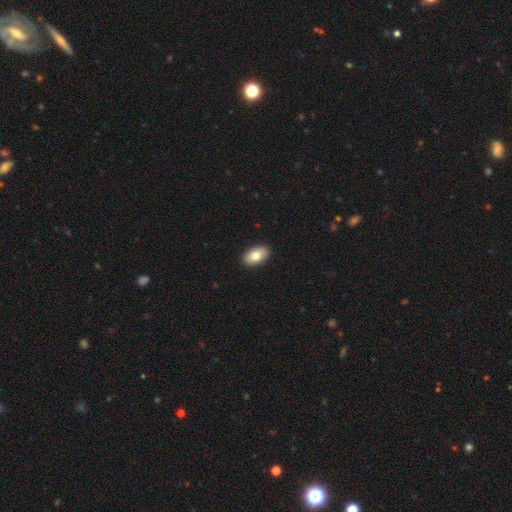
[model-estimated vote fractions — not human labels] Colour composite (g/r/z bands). It shows a smooth galaxy with no disk features (78%) that is in between round and cigar-shaped (92%). Merging: none (91%).